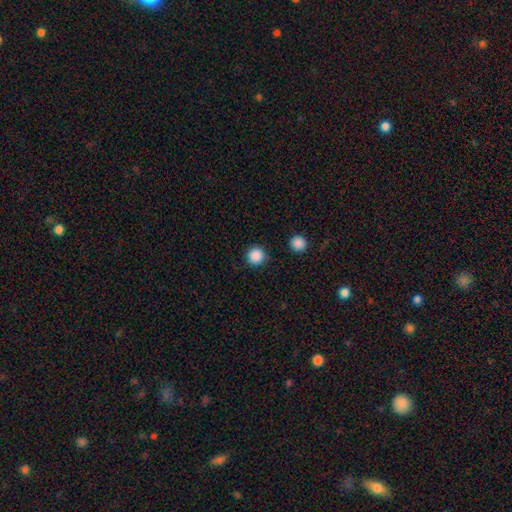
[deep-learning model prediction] smooth_or_featured: smooth (p=0.87) [alt: star or artifact p=0.10]
how_rounded: round (p=0.96) [alt: in between p=0.03]
merging: none (p=0.90) [alt: minor disturbance p=0.06]